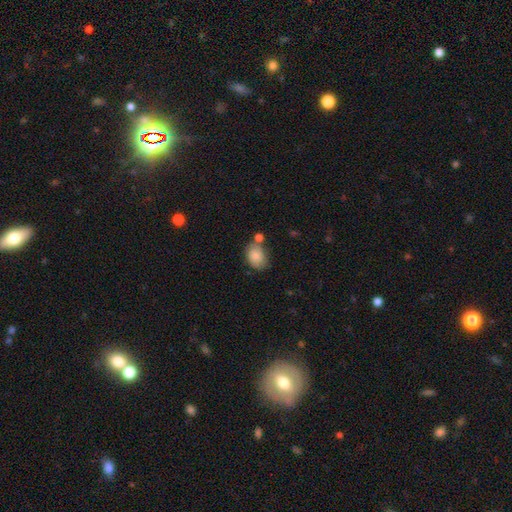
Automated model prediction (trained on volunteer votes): smooth_or_featured: smooth (p=0.84) [alt: featured or disk p=0.09]
how_rounded: in between (p=0.76) [alt: round p=0.23]
merging: none (p=0.56) [alt: minor disturbance p=0.22]